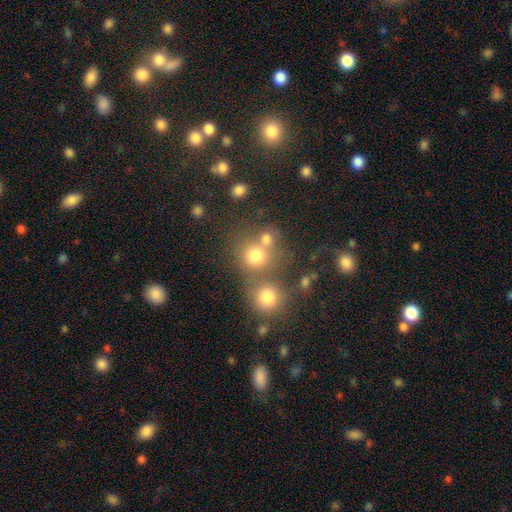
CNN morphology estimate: Smooth or featured?
  - smooth: 75% *
  - star or artifact: 15%
  - featured or disk: 9%
How rounded?
  - round: 84% *
  - in between: 14%
  - cigar-shaped: 1%
Merging?
  - none: 49% *
  - merger: 38%
  - minor disturbance: 8%
  - major disturbance: 5%